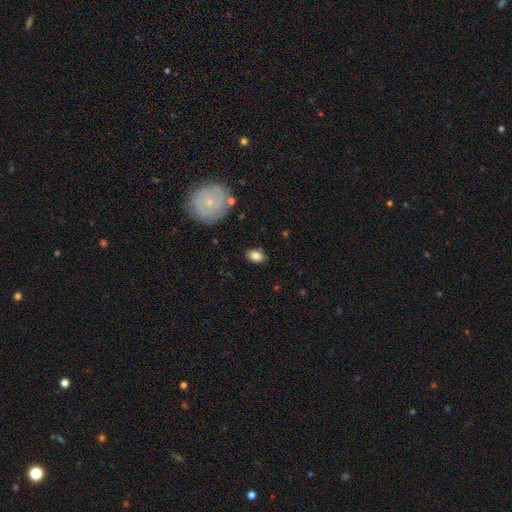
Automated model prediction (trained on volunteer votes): This appears to be a smooth galaxy with no disk features (82%) that is in between round and cigar-shaped (86%). Merging: none (82%).